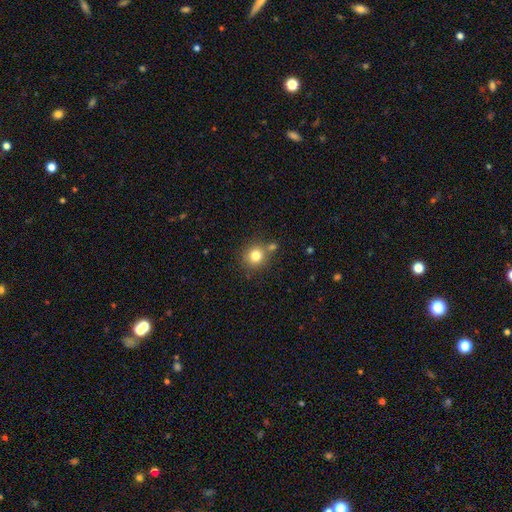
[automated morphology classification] This appears to be a smooth galaxy with no disk features (80%) that is round (88%). Merging: none (68%).